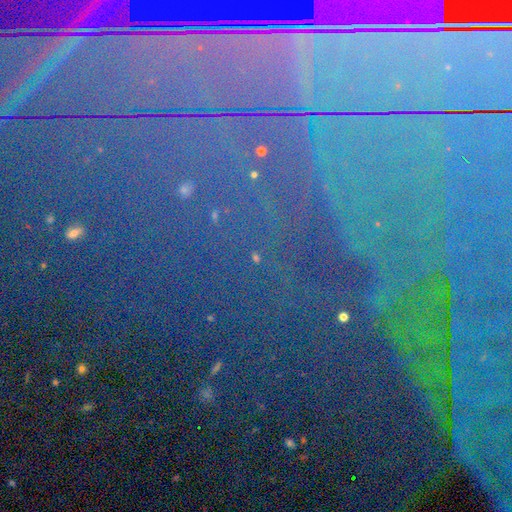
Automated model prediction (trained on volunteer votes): star or artifact 84%, featured or disk 8%, smooth 8%.